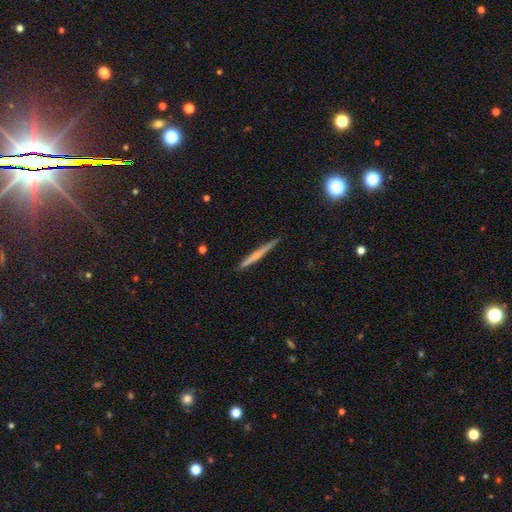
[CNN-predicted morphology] Smooth or featured: featured or disk — 49% (smooth — 45%)
Merging: none — 90% (minor disturbance — 7%)